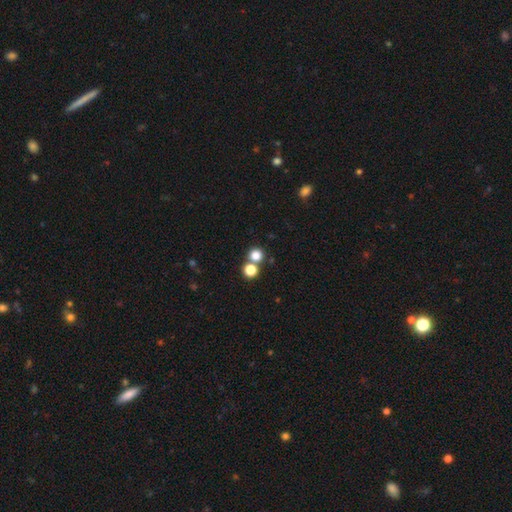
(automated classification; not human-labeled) Smooth or featured? Predicted: smooth (p=0.78). How rounded? Predicted: round (p=0.91). Merging? Predicted: none (p=0.66).